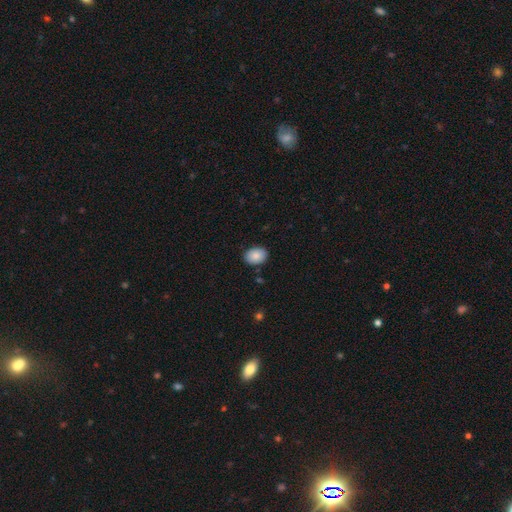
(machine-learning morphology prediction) Q: Smooth or featured?
A: smooth (86%); runner-up: featured or disk (7%)
Q: How rounded?
A: in between (75%); runner-up: round (24%)
Q: Merging?
A: none (86%); runner-up: minor disturbance (10%)